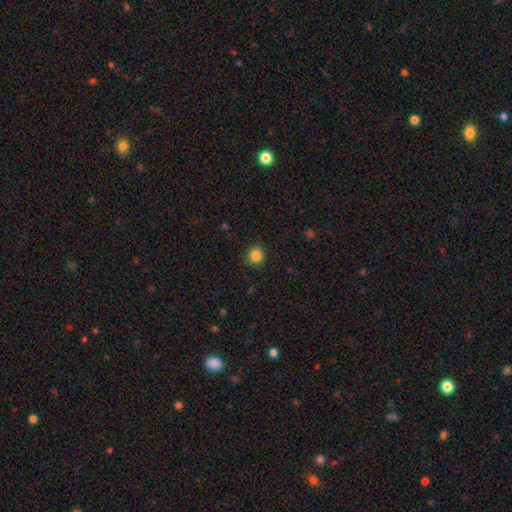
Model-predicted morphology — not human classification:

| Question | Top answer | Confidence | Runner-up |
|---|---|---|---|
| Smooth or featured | smooth | 85% | star or artifact (11%) |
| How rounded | round | 90% | in between (9%) |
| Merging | none | 90% | minor disturbance (7%) |